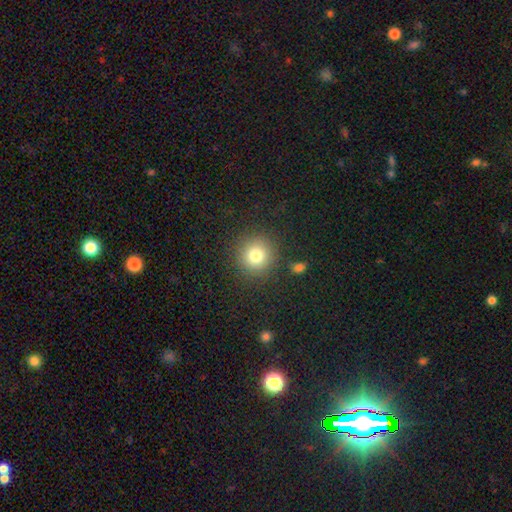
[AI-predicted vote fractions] Smooth or featured? smooth (79%)
How rounded? round (94%)
Merging? none (87%)